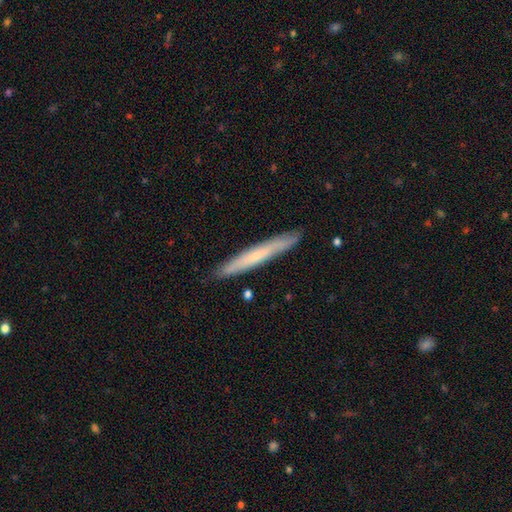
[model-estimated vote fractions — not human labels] The model was most divided on "smooth or featured": smooth: 52%, featured or disk: 42%, star or artifact: 6%. More confident: how rounded — cigar-shaped (96%); merging — none (88%).